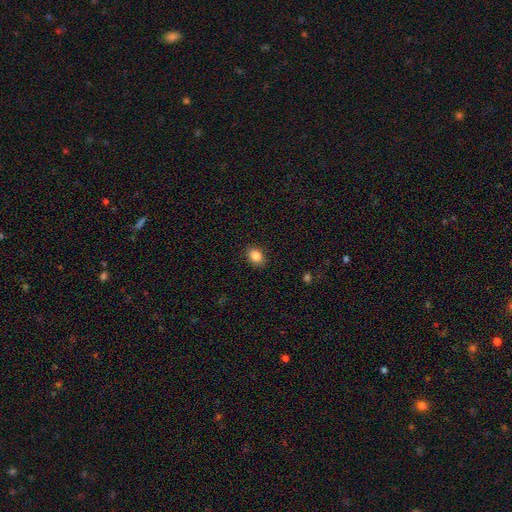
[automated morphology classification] Q: Smooth or featured?
A: smooth (86%); runner-up: star or artifact (9%)
Q: How rounded?
A: in between (63%); runner-up: round (36%)
Q: Merging?
A: none (89%); runner-up: minor disturbance (8%)